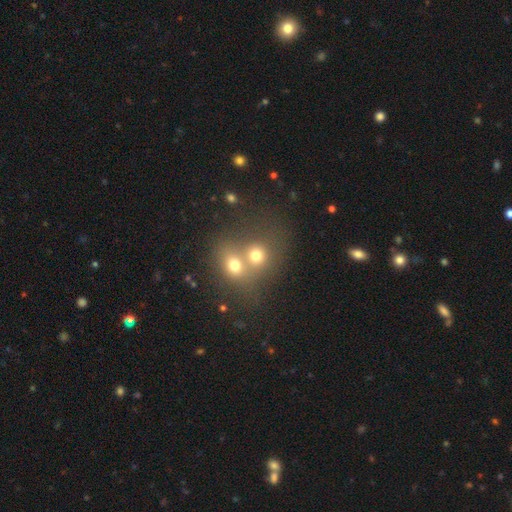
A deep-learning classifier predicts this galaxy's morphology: Smooth or featured? Predicted: smooth (p=0.69). How rounded? Predicted: round (p=0.72). Merging? Predicted: merger (p=0.63).